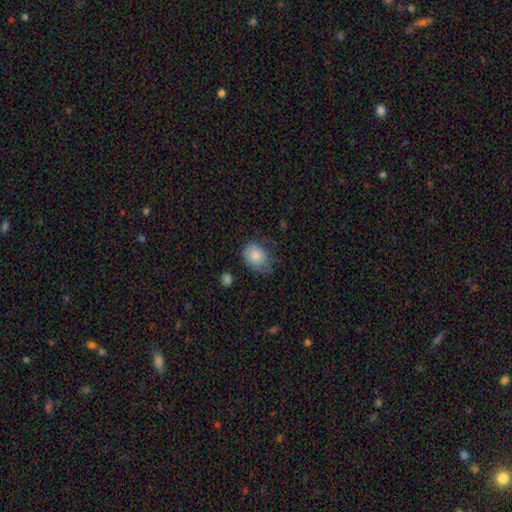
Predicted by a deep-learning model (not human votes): The model was most divided on "merging": none: 53%, minor disturbance: 35%, major disturbance: 11%, merger: 2%. More confident: smooth or featured — smooth (83%); how rounded — in between (61%).